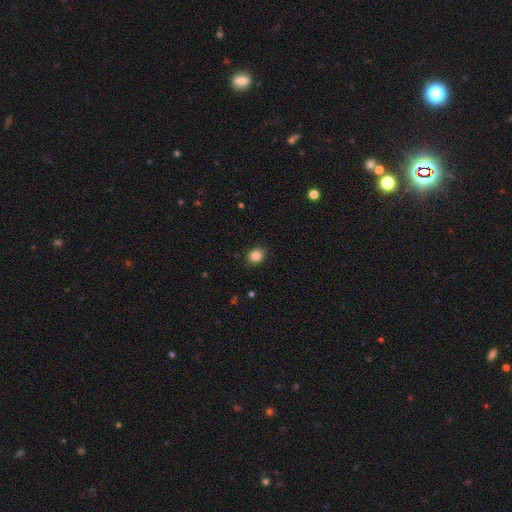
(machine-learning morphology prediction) Smooth or featured?
  - smooth: 85% *
  - star or artifact: 10%
  - featured or disk: 4%
How rounded?
  - round: 70% *
  - in between: 29%
  - cigar-shaped: 1%
Merging?
  - none: 89% *
  - minor disturbance: 8%
  - major disturbance: 2%
  - merger: 1%